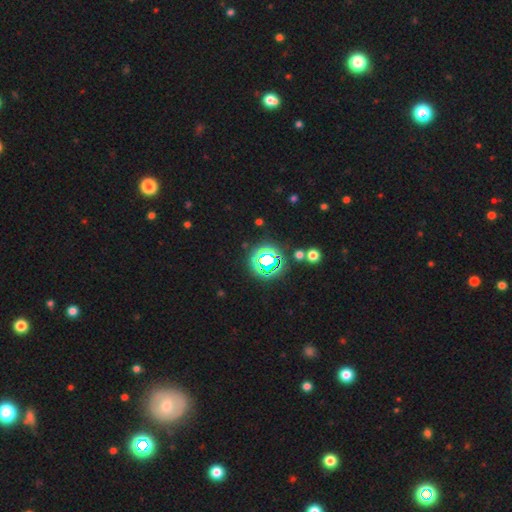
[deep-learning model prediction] A star or artifact, not a galaxy (71%).

Vote fractions:
- Smooth or featured? star or artifact: 71% / smooth: 20% / featured or disk: 10%